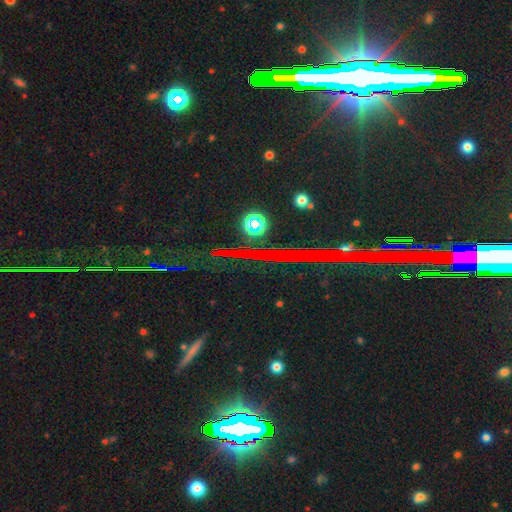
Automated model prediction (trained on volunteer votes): Q: Smooth or featured?
A: star or artifact (77%); runner-up: featured or disk (11%)